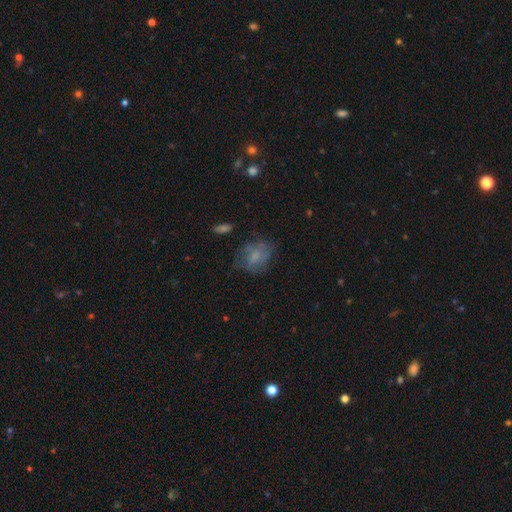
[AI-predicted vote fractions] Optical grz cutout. It shows a smooth galaxy with no disk features (54%) that is in between round and cigar-shaped (62%). Merging: none (52%).